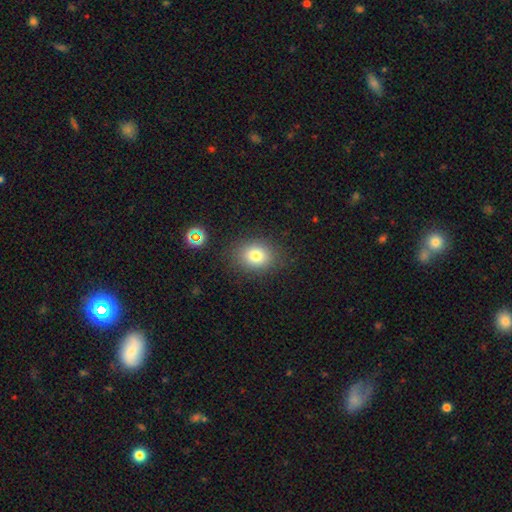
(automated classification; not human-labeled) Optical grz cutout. It shows a smooth galaxy with no disk features (77%) that is round (55%). Merging: none (84%).